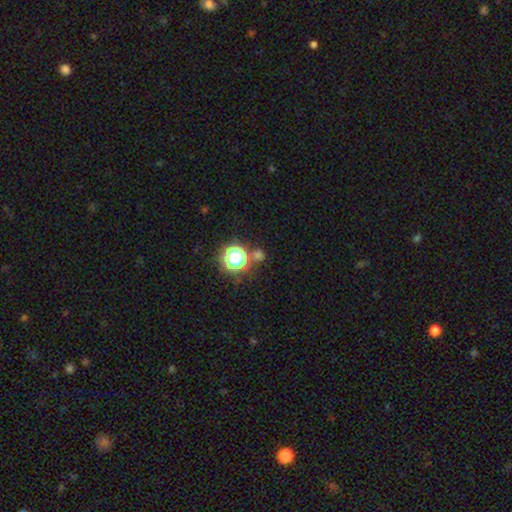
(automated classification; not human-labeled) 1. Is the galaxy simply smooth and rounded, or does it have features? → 52% star or artifact, 40% smooth, 8% featured or disk.